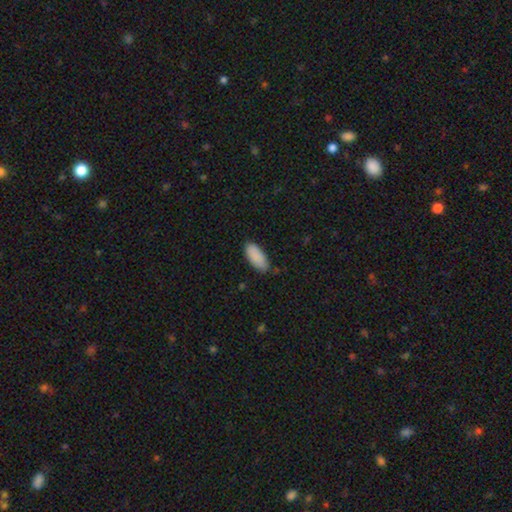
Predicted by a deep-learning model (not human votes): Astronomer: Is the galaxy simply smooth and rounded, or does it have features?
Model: smooth — 89%.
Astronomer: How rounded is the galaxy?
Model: in between — 87%.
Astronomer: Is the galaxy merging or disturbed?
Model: none — 77%.